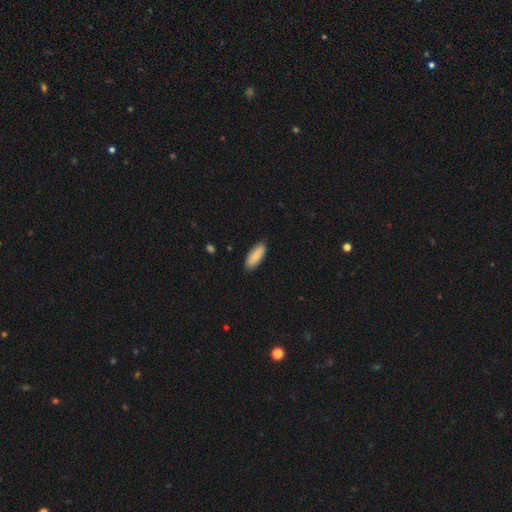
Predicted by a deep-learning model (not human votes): A smooth galaxy with no disk features (86%) that is in between round and cigar-shaped (74%).

Vote fractions:
- Smooth or featured? smooth: 86% / featured or disk: 8% / star or artifact: 6%
- How rounded? in between: 74% / cigar-shaped: 24% / round: 2%
- Merging? none: 87% / minor disturbance: 10% / major disturbance: 2% / merger: 1%